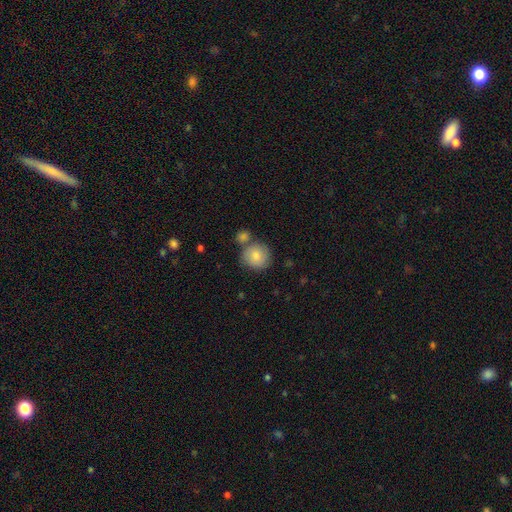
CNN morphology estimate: The model was most divided on "merging": none: 61%, merger: 24%, minor disturbance: 12%, major disturbance: 3%. More confident: how rounded — round (89%); smooth or featured — smooth (83%).